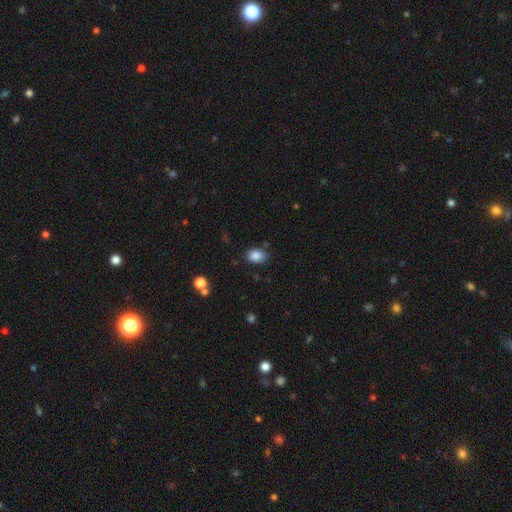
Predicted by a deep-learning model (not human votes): A smooth galaxy with no disk features (86%) that is in between round and cigar-shaped (73%). Merging: none (75%).